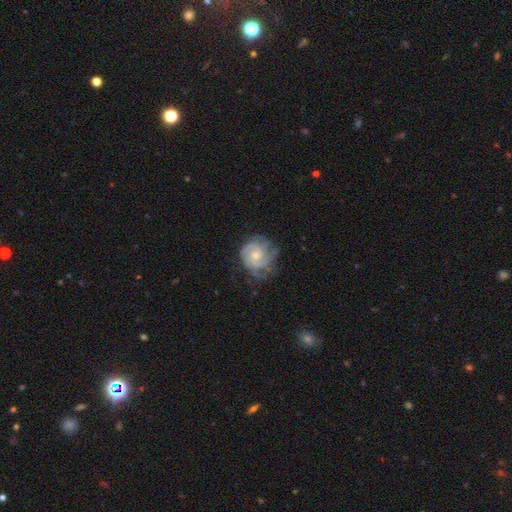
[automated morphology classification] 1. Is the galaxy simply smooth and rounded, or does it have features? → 79% featured or disk, 15% smooth, 6% star or artifact.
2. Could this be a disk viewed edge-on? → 98% no, 2% yes.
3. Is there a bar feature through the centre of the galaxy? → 70% no, 26% weak, 4% strong.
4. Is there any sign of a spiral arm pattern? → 94% yes, 6% no.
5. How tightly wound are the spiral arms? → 65% tight, 29% medium, 7% loose.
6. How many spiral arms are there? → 30% 2, 29% can't tell, 25% 3, 7% 4, 5% 1, 4% more than 4.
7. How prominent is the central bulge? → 53% moderate, 39% small, 3% large, 3% none, 1% dominant.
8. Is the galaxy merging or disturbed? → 65% none, 23% minor disturbance, 10% major disturbance, 1% merger.